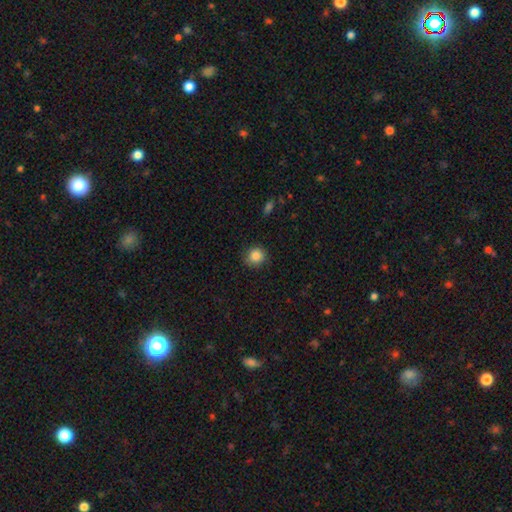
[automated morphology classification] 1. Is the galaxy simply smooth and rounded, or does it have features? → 86% smooth, 10% star or artifact, 4% featured or disk.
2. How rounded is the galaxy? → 88% round, 11% in between, 1% cigar-shaped.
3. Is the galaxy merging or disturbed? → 87% none, 10% minor disturbance, 2% major disturbance, 1% merger.